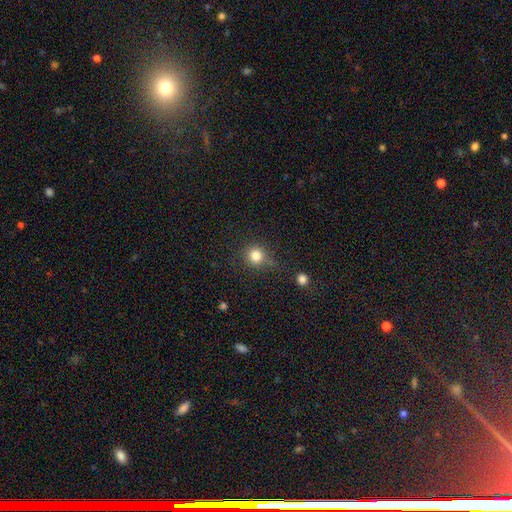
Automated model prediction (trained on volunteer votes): The model was most divided on "merging": none: 72%, minor disturbance: 17%, major disturbance: 6%, merger: 5%. More confident: how rounded — round (91%); smooth or featured — smooth (81%).